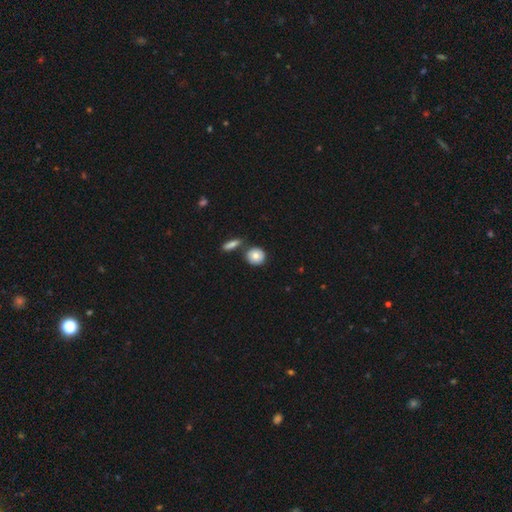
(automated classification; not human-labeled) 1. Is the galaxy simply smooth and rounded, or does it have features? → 78% smooth, 15% featured or disk, 8% star or artifact.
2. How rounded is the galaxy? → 85% round, 13% in between, 2% cigar-shaped.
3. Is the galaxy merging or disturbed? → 73% none, 13% merger, 11% minor disturbance, 3% major disturbance.